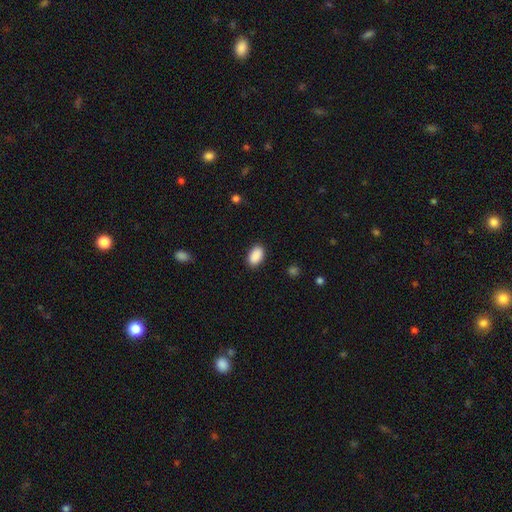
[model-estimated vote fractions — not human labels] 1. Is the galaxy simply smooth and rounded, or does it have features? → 91% smooth, 7% star or artifact, 2% featured or disk.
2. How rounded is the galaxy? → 92% in between, 7% round, 1% cigar-shaped.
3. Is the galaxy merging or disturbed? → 88% none, 9% minor disturbance, 2% major disturbance, 1% merger.